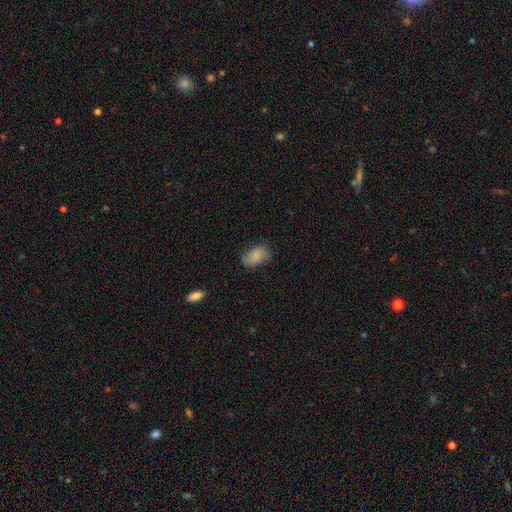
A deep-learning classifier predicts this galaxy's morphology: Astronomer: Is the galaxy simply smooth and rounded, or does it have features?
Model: smooth — 83%.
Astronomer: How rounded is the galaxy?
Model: in between — 90%.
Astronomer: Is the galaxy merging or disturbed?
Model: none — 73%.